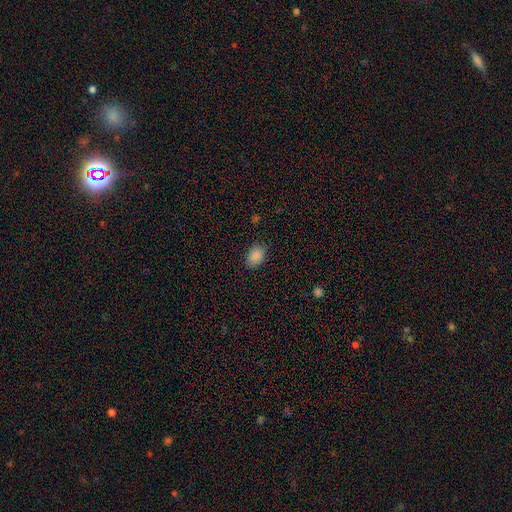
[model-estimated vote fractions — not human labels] Smooth or featured? Predicted: smooth (p=0.88). How rounded? Predicted: in between (p=0.83). Merging? Predicted: none (p=0.85).